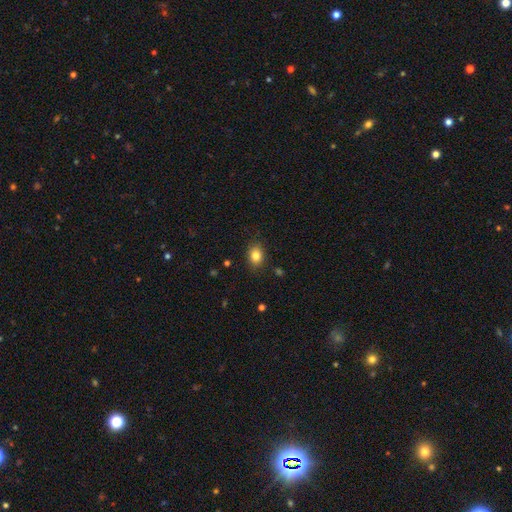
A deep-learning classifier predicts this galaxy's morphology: This appears to be a smooth galaxy with no disk features (83%) that is in between round and cigar-shaped (68%). Merging: none (86%).